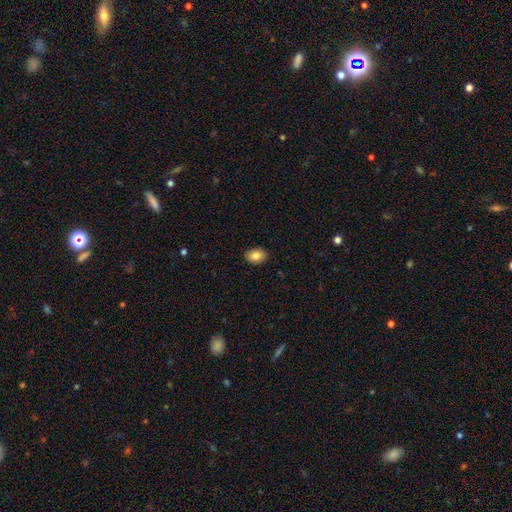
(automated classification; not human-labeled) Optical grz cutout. It shows a smooth galaxy with no disk features (85%) that is in between round and cigar-shaped (77%). Merging: none (89%).